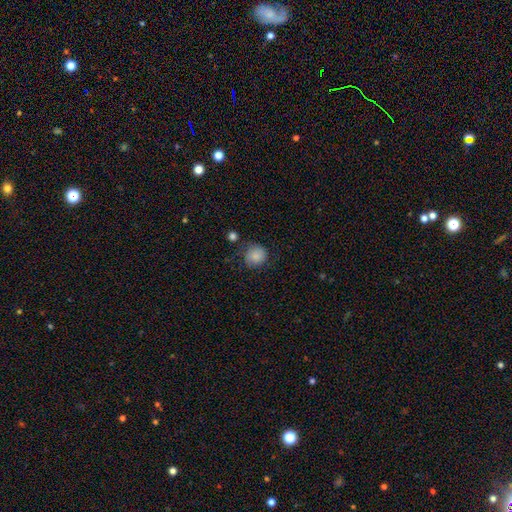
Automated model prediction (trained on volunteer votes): Smooth or featured? Predicted: smooth (p=0.84). How rounded? Predicted: round (p=0.85). Merging? Predicted: none (p=0.67).